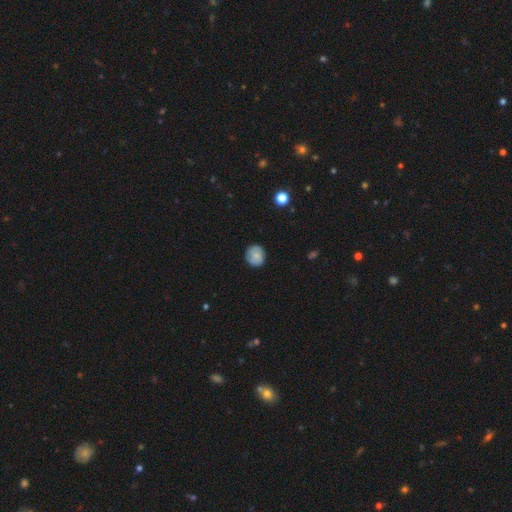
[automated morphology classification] Smooth or featured: smooth — 72% (featured or disk — 20%)
How rounded: round — 78% (in between — 21%)
Merging: none — 80% (minor disturbance — 16%)